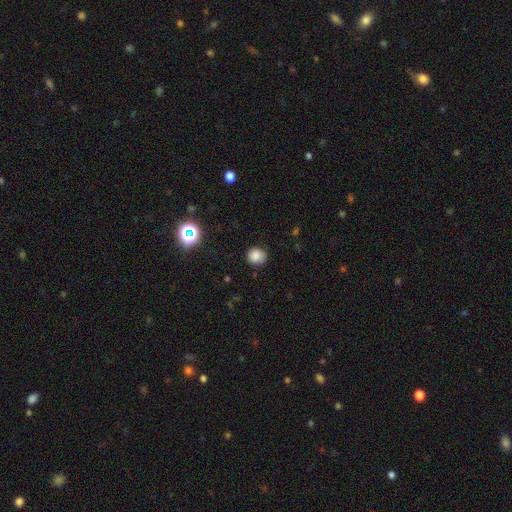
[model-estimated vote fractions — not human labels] A smooth galaxy with no disk features (83%) that is round (83%). Merging: none (84%).